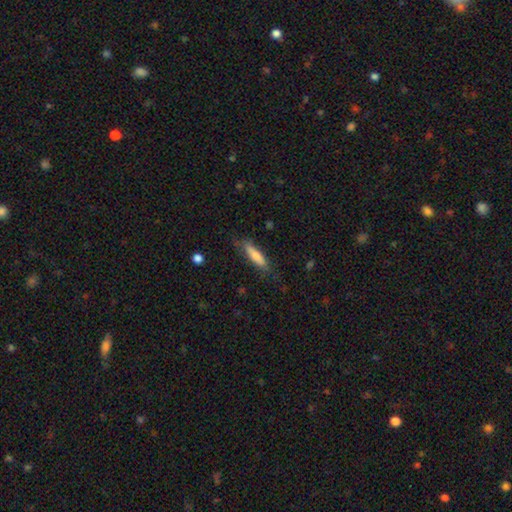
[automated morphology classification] This appears to be a smooth galaxy with no disk features (66%) that is cigar-shaped (78%). Merging: none (75%).